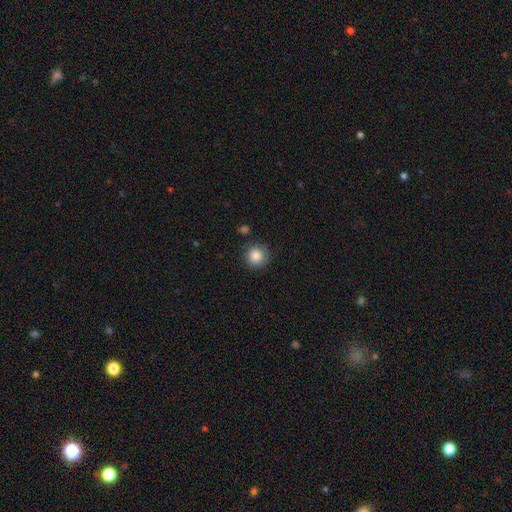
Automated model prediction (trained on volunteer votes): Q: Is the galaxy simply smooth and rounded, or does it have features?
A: smooth — 85%.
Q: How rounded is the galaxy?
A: round — 93%.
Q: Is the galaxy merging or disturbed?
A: none — 83%.